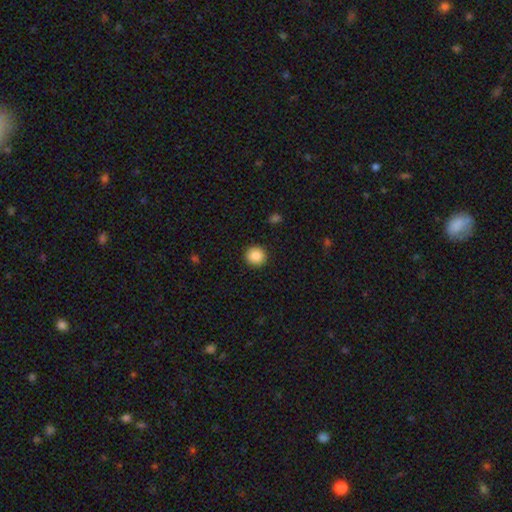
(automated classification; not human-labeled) smooth_or_featured: smooth (p=0.87) [alt: star or artifact p=0.09]
how_rounded: round (p=0.94) [alt: in between p=0.05]
merging: none (p=0.92) [alt: minor disturbance p=0.05]